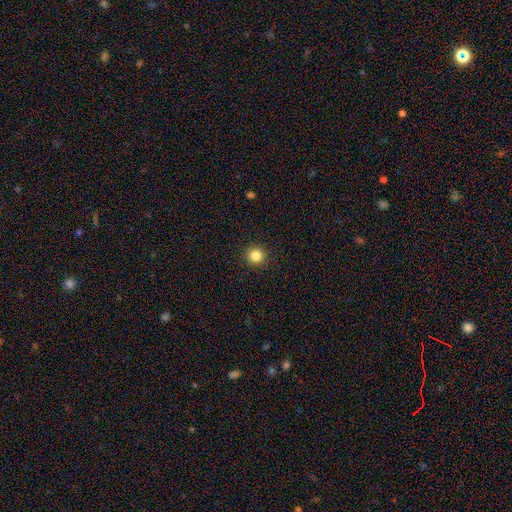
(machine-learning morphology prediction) A smooth galaxy with no disk features (84%) that is round (94%).

Vote fractions:
- Smooth or featured? smooth: 84% / star or artifact: 11% / featured or disk: 4%
- How rounded? round: 94% / in between: 5% / cigar-shaped: 1%
- Merging? none: 93% / minor disturbance: 4% / major disturbance: 2% / merger: 1%